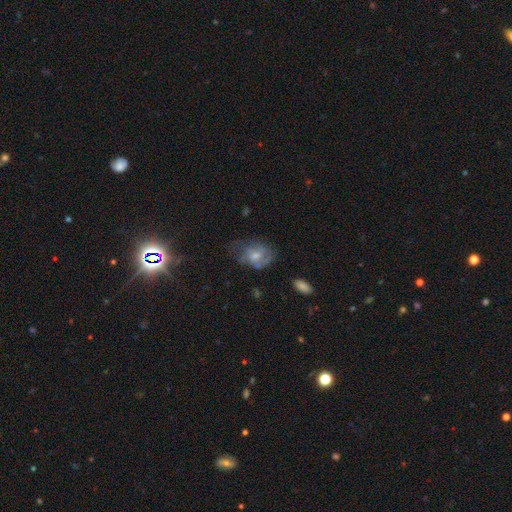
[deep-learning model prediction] This appears to be a smooth galaxy with no disk features (48%). Merging: none (40%).